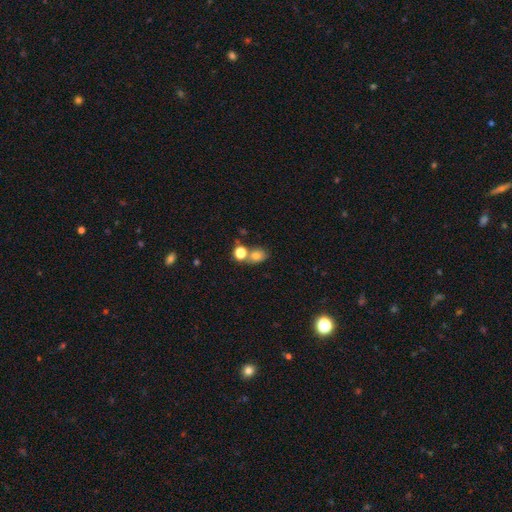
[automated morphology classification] A smooth galaxy with no disk features (75%) that is round (52%). Merging: none (52%).